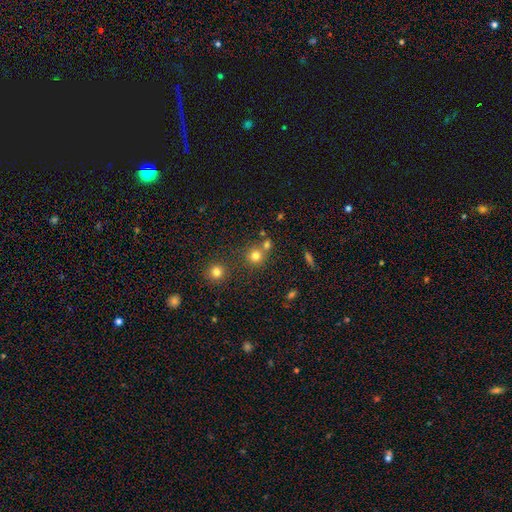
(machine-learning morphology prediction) This appears to be a smooth galaxy with no disk features (75%) that is round (90%). Merging: none (64%).